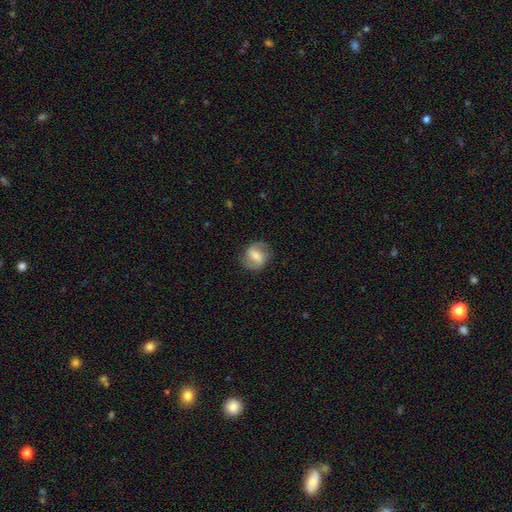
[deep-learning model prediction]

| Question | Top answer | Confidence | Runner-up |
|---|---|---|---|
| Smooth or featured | featured or disk | 52% | smooth (41%) |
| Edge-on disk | no | 96% | yes (4%) |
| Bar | strong | 44% | weak (41%) |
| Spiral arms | yes | 73% | no (27%) |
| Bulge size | moderate | 46% | small (38%) |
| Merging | none | 81% | minor disturbance (13%) |